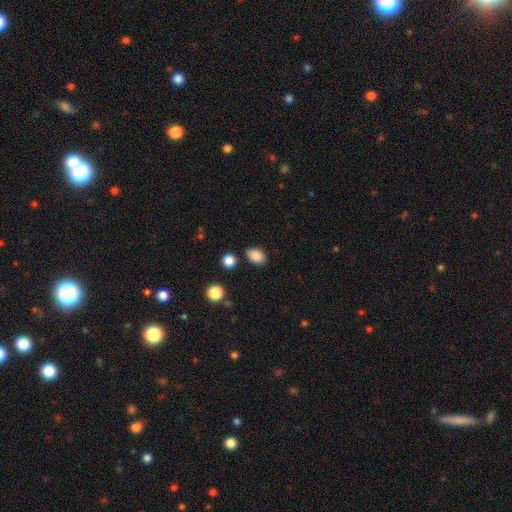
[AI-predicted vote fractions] A smooth galaxy with no disk features (87%) that is in between round and cigar-shaped (80%). Merging: none (82%).